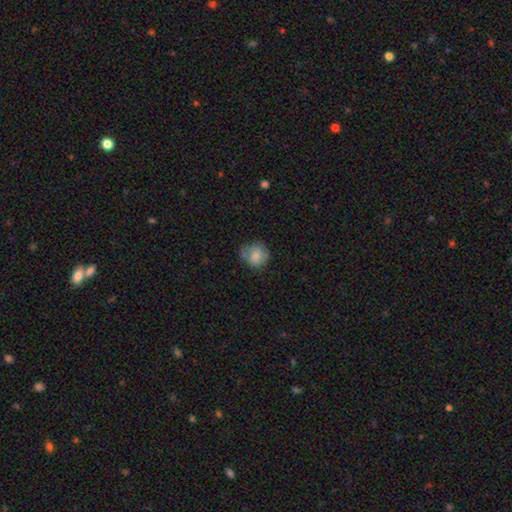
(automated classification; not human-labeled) Overall: smooth (79%). How rounded: round (79%). Merging: none (60%; minor disturbance 29%).